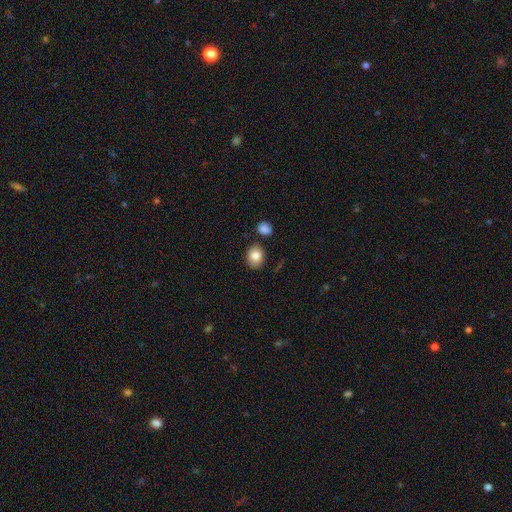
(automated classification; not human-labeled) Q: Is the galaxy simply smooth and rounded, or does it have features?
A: smooth — 84%.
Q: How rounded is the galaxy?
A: round — 51%.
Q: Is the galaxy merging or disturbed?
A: none — 82%.